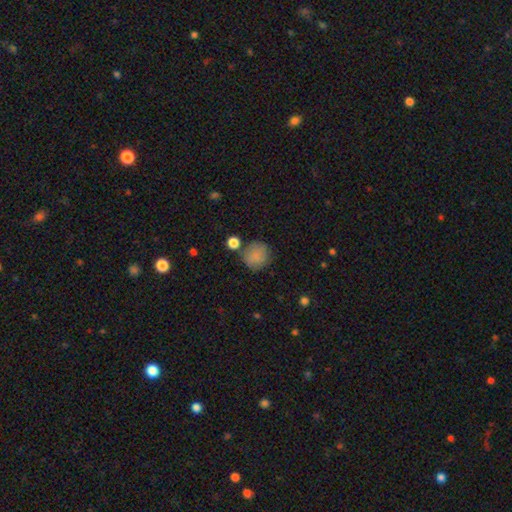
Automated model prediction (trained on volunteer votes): smooth 82%, star or artifact 9%, featured or disk 9%. Down the decision tree: how rounded — round (89%); merging — none (69%).